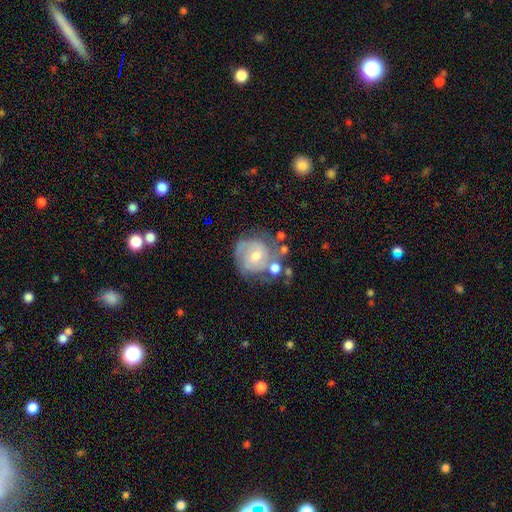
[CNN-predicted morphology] A featured or disk galaxy (65%) with no bar (50%), 2 (37%) tight (47%) spiral arms (83%) and a moderate central bulge (46%). Merging: none (50%).